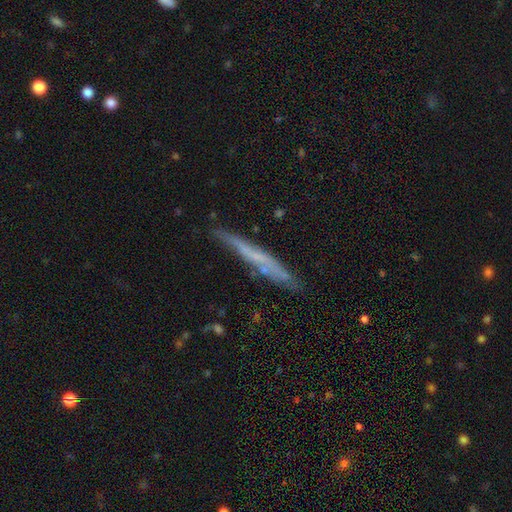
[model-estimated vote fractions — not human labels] Smooth or featured? featured or disk (50%)
Edge-on disk? yes (89%)
Merging? none (77%)